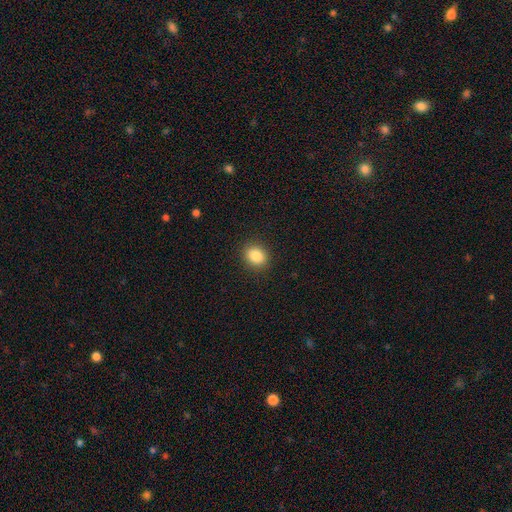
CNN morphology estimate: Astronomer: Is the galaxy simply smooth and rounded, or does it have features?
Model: smooth — 87%.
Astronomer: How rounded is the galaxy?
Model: round — 55% (runner-up: in between, 44%).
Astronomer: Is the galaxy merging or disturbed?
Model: none — 89%.